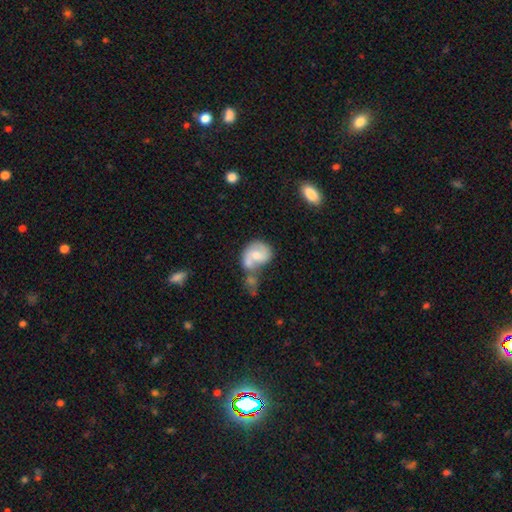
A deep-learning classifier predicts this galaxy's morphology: Smooth or featured: featured or disk — 51% (smooth — 42%)
Edge-on disk: no — 97% (yes — 3%)
Merging: merger — 53% (none — 24%)